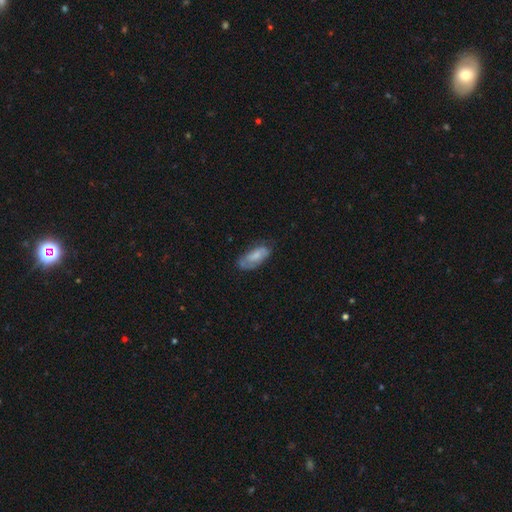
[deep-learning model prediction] smooth-or-featured: smooth: 55% | featured or disk: 38% | star or artifact: 7%
  how-rounded: in between: 83% | cigar-shaped: 15% | round: 2%
  merging: none: 58% | minor disturbance: 28% | major disturbance: 11% | merger: 2%